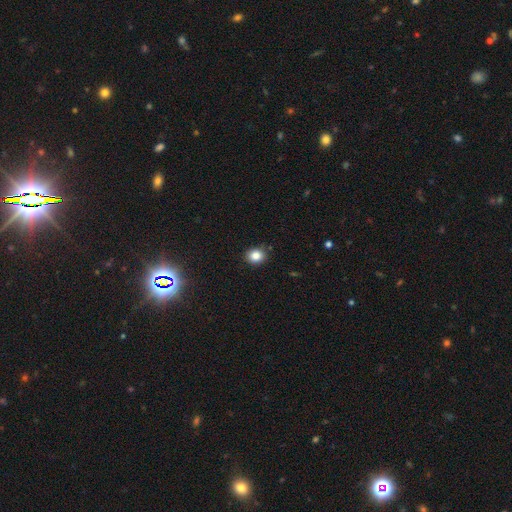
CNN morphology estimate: Smooth or featured? smooth (84%)
How rounded? round (67%)
Merging? none (87%)